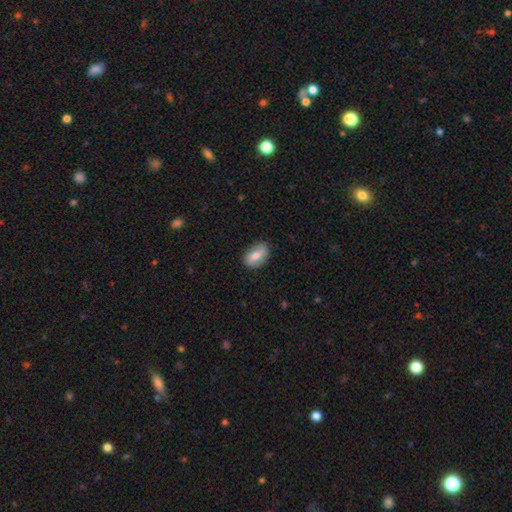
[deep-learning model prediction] Smooth or featured? smooth (68%)
How rounded? in between (86%)
Merging? none (82%)